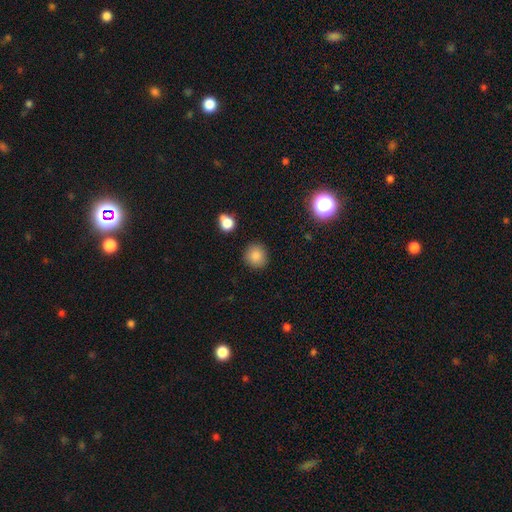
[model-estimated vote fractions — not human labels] This is clearly a smooth galaxy (85%). How rounded: clearly round (88%). Merging: clearly none (88%).